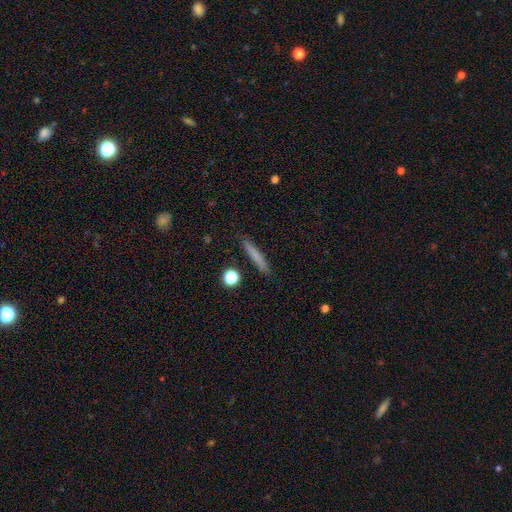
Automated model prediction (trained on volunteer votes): Smooth or featured? Predicted: smooth (p=0.72). How rounded? Predicted: cigar-shaped (p=0.94). Merging? Predicted: none (p=0.88).